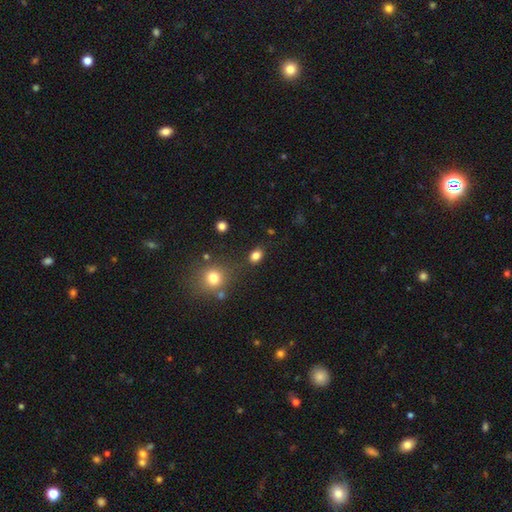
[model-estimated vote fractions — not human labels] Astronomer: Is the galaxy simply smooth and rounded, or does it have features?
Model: smooth — 83%.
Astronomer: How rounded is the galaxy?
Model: in between — 68%.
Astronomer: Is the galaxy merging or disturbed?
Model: none — 80%.